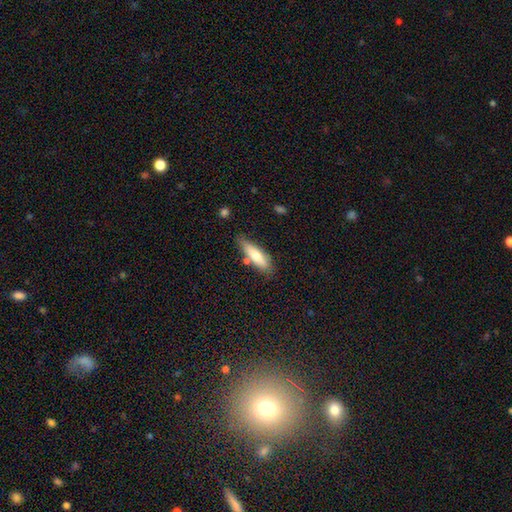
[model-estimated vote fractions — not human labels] Morphology: type=smooth (73%); roundness=cigar-shaped (59%); merging=none (74%).